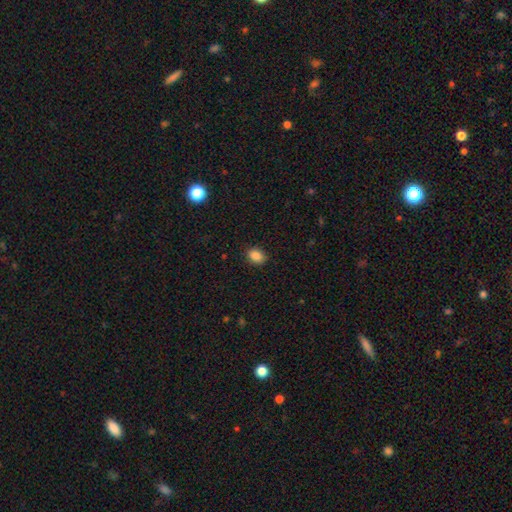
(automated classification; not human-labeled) Morphology: type=smooth (87%); roundness=in between (68%); merging=none (88%).